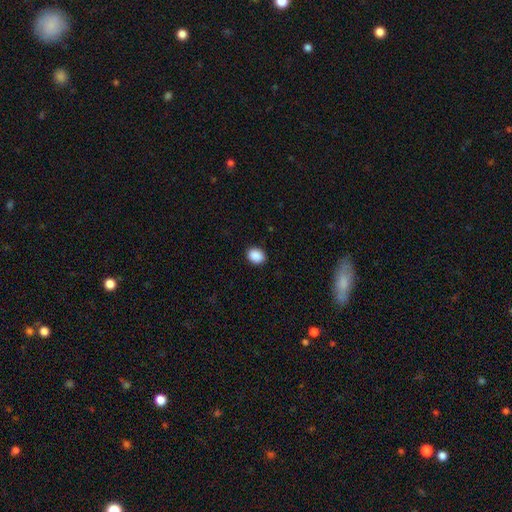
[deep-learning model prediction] Smooth or featured? smooth (90%)
How rounded? in between (53%)
Merging? none (91%)